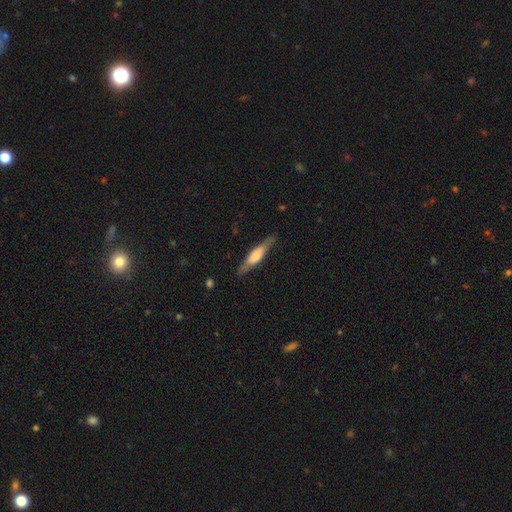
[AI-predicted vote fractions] Q: Smooth or featured?
A: featured or disk (55%); runner-up: smooth (40%)
Q: Edge-on disk?
A: yes (93%); runner-up: no (7%)
Q: Edge-on bulge?
A: rounded (64%); runner-up: boxy (29%)
Q: Merging?
A: none (86%); runner-up: minor disturbance (11%)